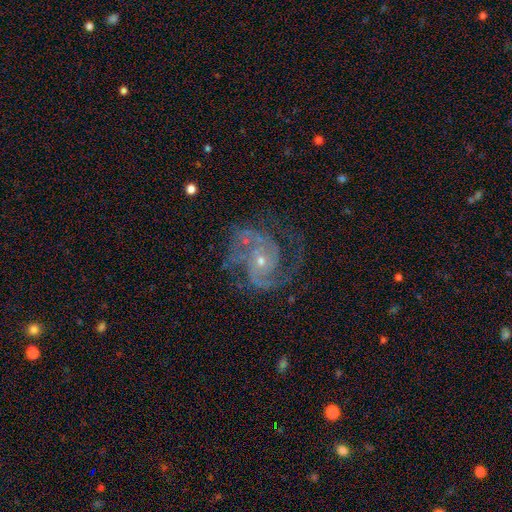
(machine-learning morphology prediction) A featured or disk galaxy (89%) with no bar (65%), 2 (58%) medium (47%) spiral arms (98%) and a small central bulge (70%).

Vote fractions:
- Smooth or featured? featured or disk: 89% / star or artifact: 7% / smooth: 4%
- Edge-on disk? no: 98% / yes: 2%
- Bar? no: 65% / weak: 26% / strong: 8%
- Spiral arms? yes: 98% / no: 2%
- Spiral winding? medium: 47% / tight: 44% / loose: 9%
- Spiral arm count? 2: 58% / 3: 19% / can't tell: 9% / 4: 5% / 1: 4% / more than 4: 4%
- Bulge size? small: 70% / moderate: 26% / none: 2% / large: 1% / dominant: 1%
- Merging? none: 72% / minor disturbance: 17% / major disturbance: 10% / merger: 1%